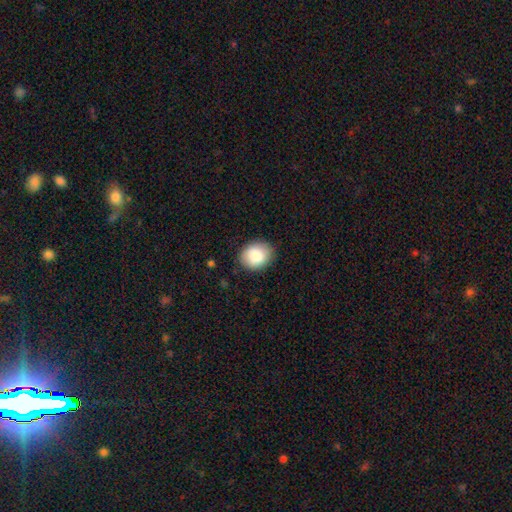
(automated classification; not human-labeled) This is clearly a smooth galaxy (87%). How rounded: possibly round (53%). Merging: clearly none (86%).